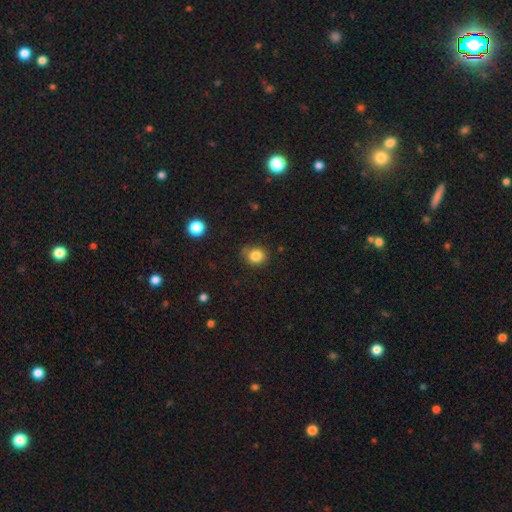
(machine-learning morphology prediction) Smooth or featured? Predicted: smooth (p=0.83). How rounded? Predicted: round (p=0.74). Merging? Predicted: none (p=0.74).